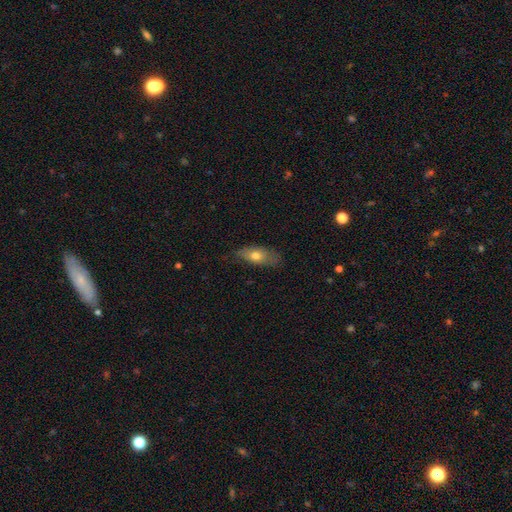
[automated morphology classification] A smooth galaxy with no disk features (69%) that is in between round and cigar-shaped (78%). Merging: none (66%).